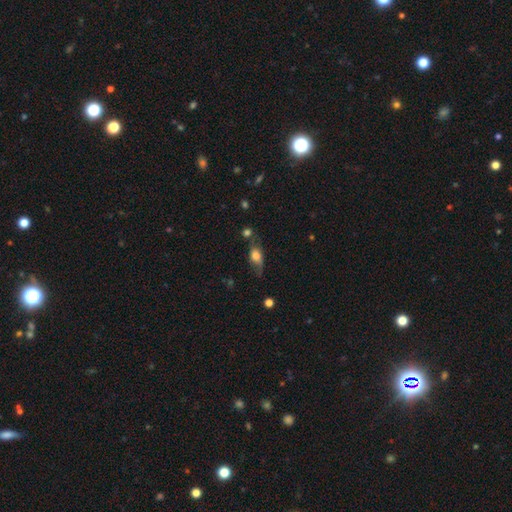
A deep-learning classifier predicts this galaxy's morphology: Smooth or featured?
  - smooth: 66% *
  - featured or disk: 25%
  - star or artifact: 9%
How rounded?
  - in between: 73% *
  - round: 15%
  - cigar-shaped: 13%
Merging?
  - none: 49% *
  - minor disturbance: 30%
  - major disturbance: 14%
  - merger: 8%